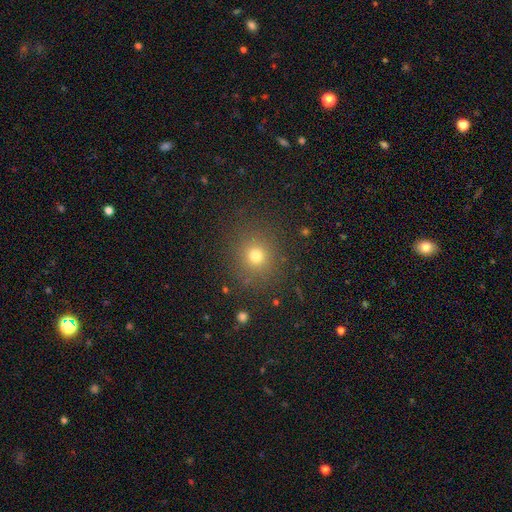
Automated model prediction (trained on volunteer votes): Overall: smooth (72%). How rounded: round (88%). Merging: none (86%).